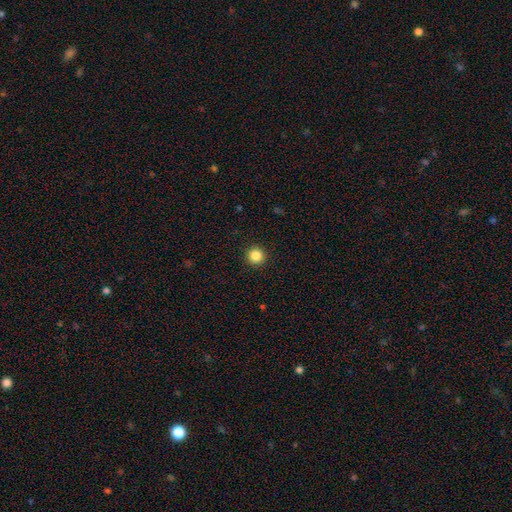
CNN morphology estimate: smooth-or-featured: smooth: 86% | star or artifact: 11% | featured or disk: 4%
  how-rounded: round: 95% | in between: 4% | cigar-shaped: 1%
  merging: none: 93% | minor disturbance: 5% | major disturbance: 2% | merger: 1%